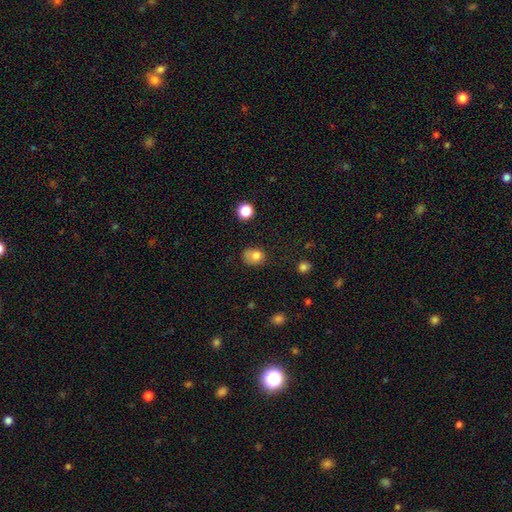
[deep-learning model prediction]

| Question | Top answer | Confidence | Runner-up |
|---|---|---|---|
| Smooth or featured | smooth | 79% | star or artifact (11%) |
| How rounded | round | 56% | in between (43%) |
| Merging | none | 55% | minor disturbance (30%) |